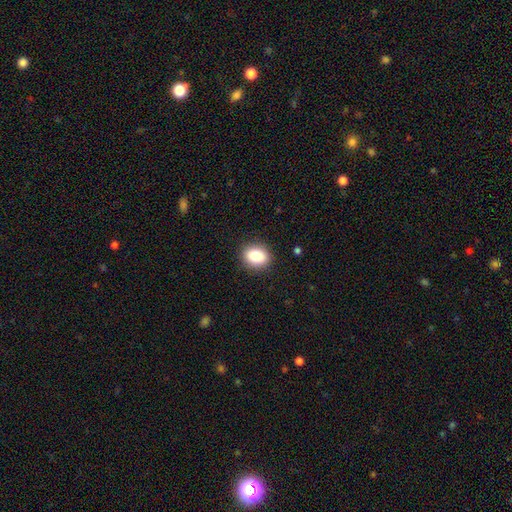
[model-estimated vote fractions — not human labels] This is clearly a smooth galaxy (84%). How rounded: possibly round (50%). Merging: clearly none (89%).